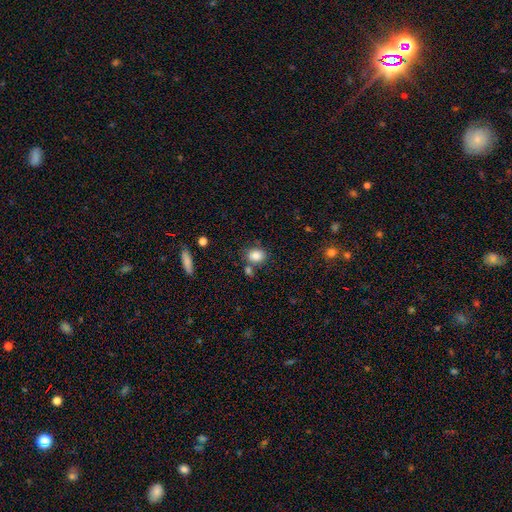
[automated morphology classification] Q: Smooth or featured?
A: smooth (85%); runner-up: star or artifact (9%)
Q: How rounded?
A: in between (53%); runner-up: round (46%)
Q: Merging?
A: none (66%); runner-up: merger (16%)